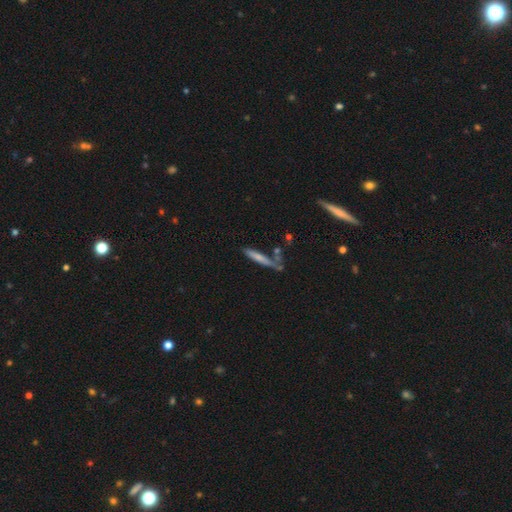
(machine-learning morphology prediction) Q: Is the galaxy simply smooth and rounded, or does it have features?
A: smooth — 50%.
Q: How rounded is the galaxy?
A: cigar-shaped — 89%.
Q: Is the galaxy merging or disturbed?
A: none — 63%.